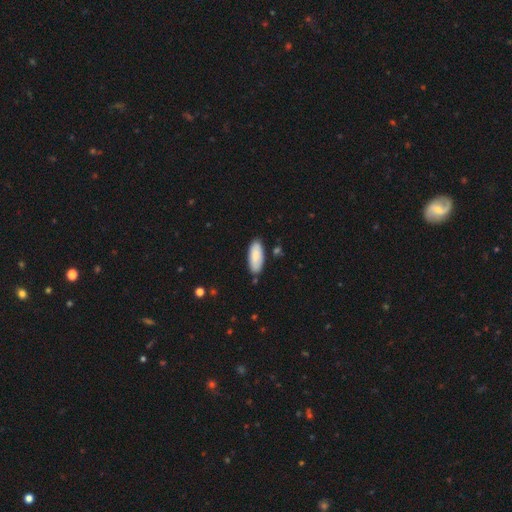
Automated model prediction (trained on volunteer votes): Smooth or featured? smooth (84%)
How rounded? in between (81%)
Merging? none (83%)